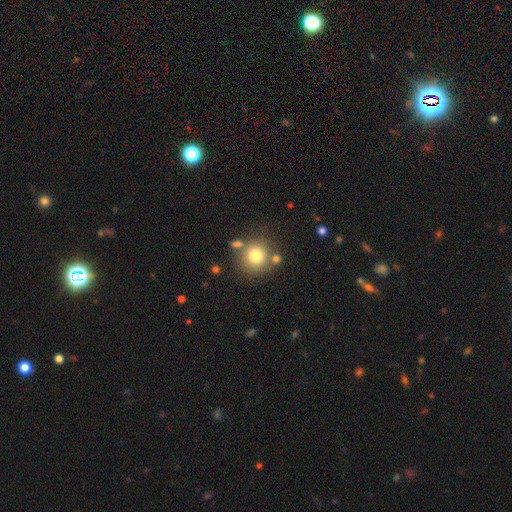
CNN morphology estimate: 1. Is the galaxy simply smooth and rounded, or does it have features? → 77% smooth, 12% featured or disk, 11% star or artifact.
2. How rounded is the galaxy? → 91% round, 8% in between, 1% cigar-shaped.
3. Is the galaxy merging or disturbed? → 71% none, 14% merger, 11% minor disturbance, 5% major disturbance.